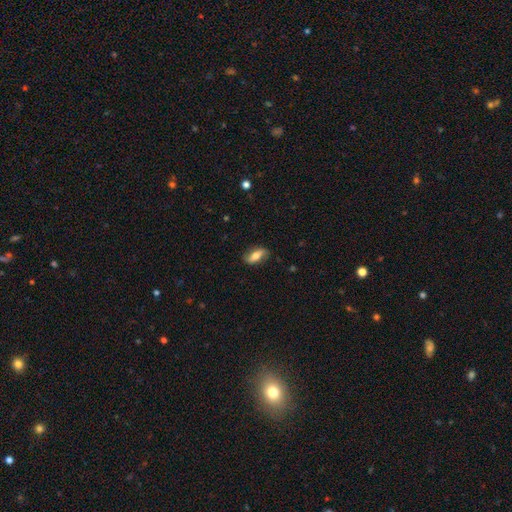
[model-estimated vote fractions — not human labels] smooth_or_featured: smooth (p=0.59) [alt: featured or disk p=0.34]
how_rounded: in between (p=0.79) [alt: cigar-shaped p=0.16]
merging: none (p=0.81) [alt: minor disturbance p=0.14]